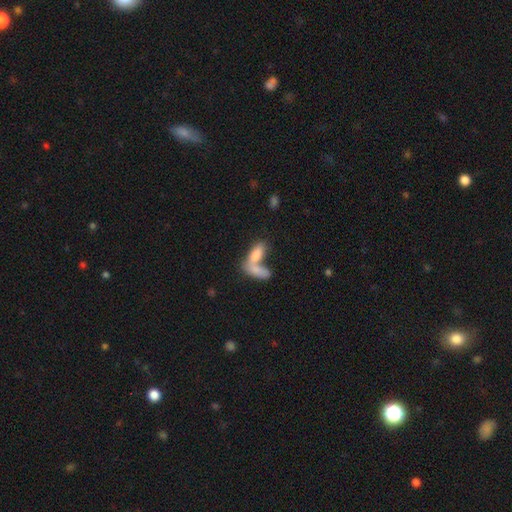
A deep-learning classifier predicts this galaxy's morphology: This is likely a smooth galaxy (79%). How rounded: likely in between (77%). Merging: likely merger (66%).